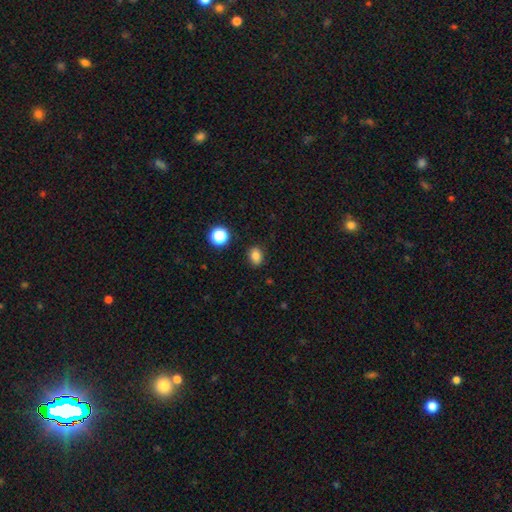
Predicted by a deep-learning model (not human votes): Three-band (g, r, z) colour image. It shows a smooth galaxy with no disk features (82%) that is in between round and cigar-shaped (60%). Merging: none (86%).